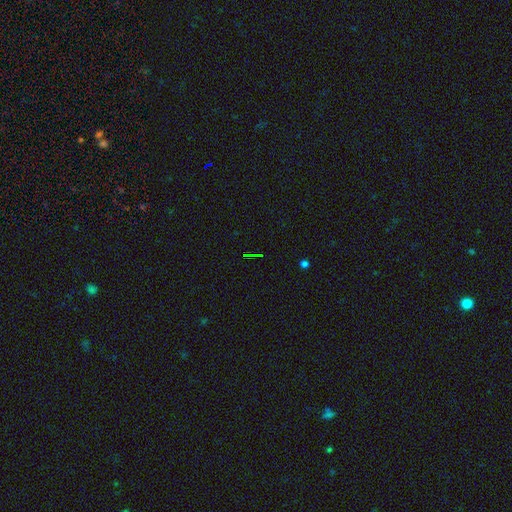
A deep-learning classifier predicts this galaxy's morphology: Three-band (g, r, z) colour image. It shows a star or artifact, not a galaxy (72%).